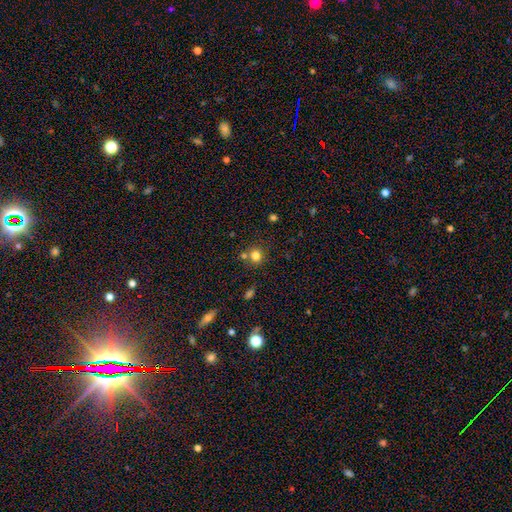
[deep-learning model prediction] Overall: smooth (80%). How rounded: round (87%). Merging: none (67%).